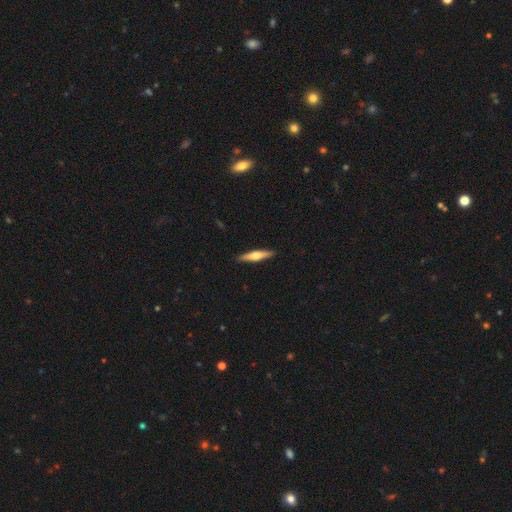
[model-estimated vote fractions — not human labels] featured or disk 51%, smooth 44%, star or artifact 5%. Down the decision tree: edge-on disk — yes (96%); merging — none (91%).